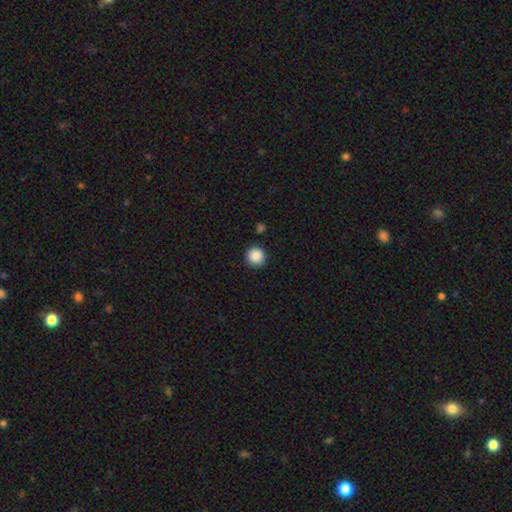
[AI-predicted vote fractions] This is clearly a smooth galaxy (88%). How rounded: clearly round (95%). Merging: clearly none (91%).